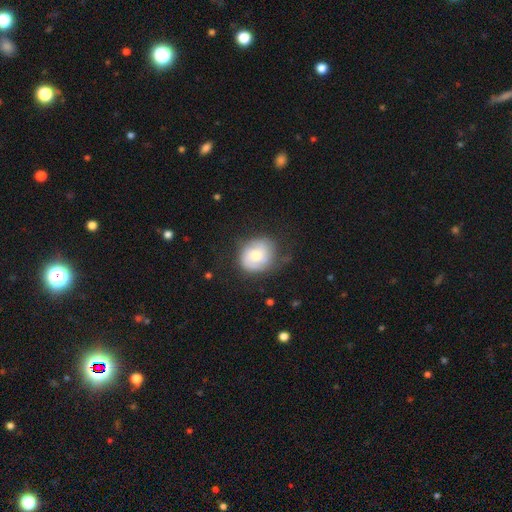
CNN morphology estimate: type=featured or disk (52%); edge-on=no (97%); bar=no (67%); spiral arms=yes (85%); bulge=moderate (56%); merging=none (63%).